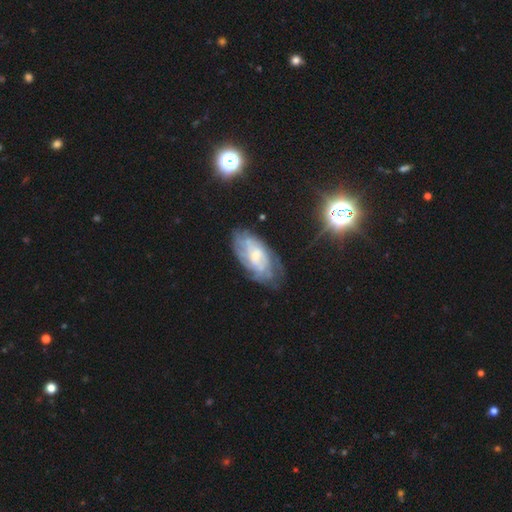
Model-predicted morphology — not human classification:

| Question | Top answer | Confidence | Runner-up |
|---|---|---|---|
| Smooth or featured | featured or disk | 70% | smooth (21%) |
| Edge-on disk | no | 93% | yes (7%) |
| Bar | no | 53% | weak (39%) |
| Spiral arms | yes | 82% | no (18%) |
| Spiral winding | tight | 58% | medium (31%) |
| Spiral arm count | can't tell | 60% | 2 (14%) |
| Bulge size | small | 52% | moderate (35%) |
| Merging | none | 65% | minor disturbance (23%) |